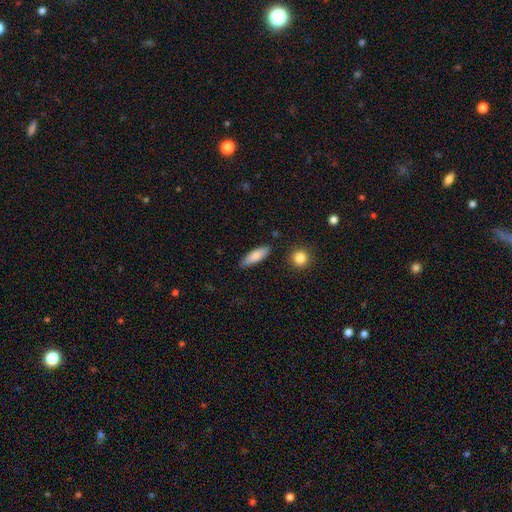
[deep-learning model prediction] A smooth galaxy with no disk features (83%) that is in between round and cigar-shaped (59%).

Vote fractions:
- Smooth or featured? smooth: 83% / featured or disk: 11% / star or artifact: 6%
- How rounded? in between: 59% / cigar-shaped: 39% / round: 2%
- Merging? none: 85% / minor disturbance: 10% / merger: 2% / major disturbance: 2%